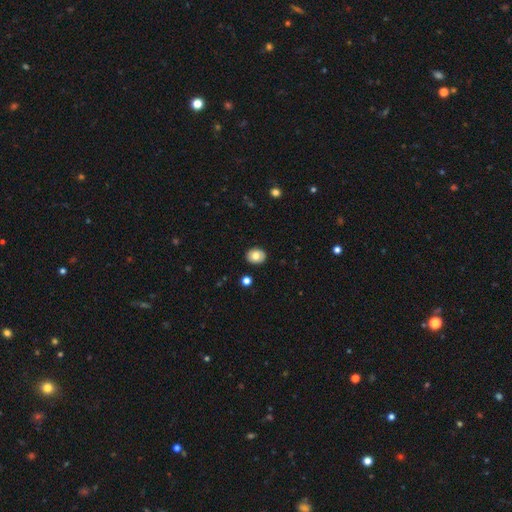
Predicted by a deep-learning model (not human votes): This is likely a smooth galaxy (78%). How rounded: possibly round (57%). Merging: clearly none (90%).